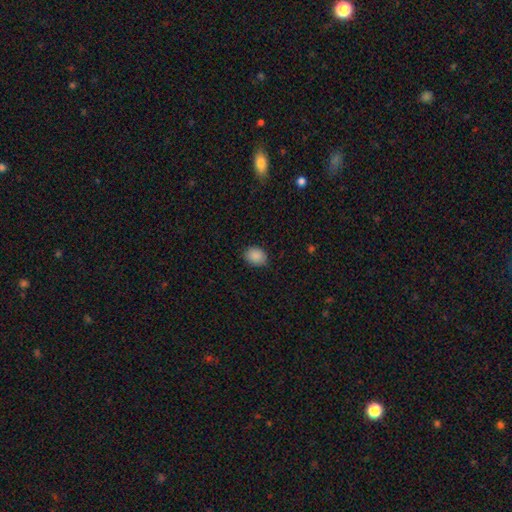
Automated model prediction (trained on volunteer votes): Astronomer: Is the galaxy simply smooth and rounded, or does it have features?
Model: smooth — 89%.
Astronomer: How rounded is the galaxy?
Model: in between — 60% (runner-up: round, 40%).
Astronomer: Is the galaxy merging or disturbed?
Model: none — 81%.